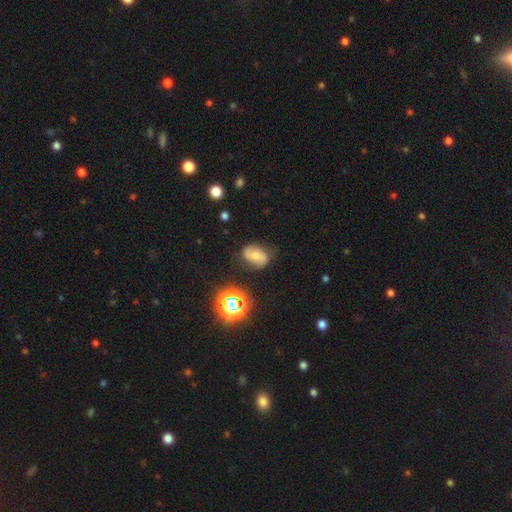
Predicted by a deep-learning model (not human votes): smooth_or_featured: featured or disk (p=0.44) [alt: smooth p=0.41]
merging: none (p=0.71) [alt: minor disturbance p=0.20]